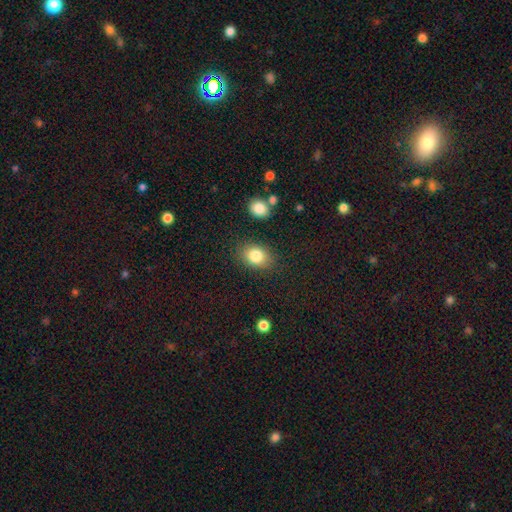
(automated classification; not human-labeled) Smooth or featured?
  - smooth: 84% *
  - star or artifact: 9%
  - featured or disk: 8%
How rounded?
  - in between: 67% *
  - round: 32%
  - cigar-shaped: 1%
Merging?
  - none: 81% *
  - minor disturbance: 12%
  - major disturbance: 4%
  - merger: 3%